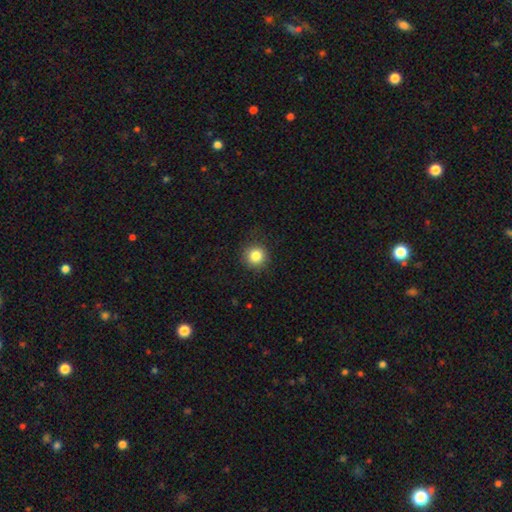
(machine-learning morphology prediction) A smooth galaxy with no disk features (84%) that is round (94%). Merging: none (88%).